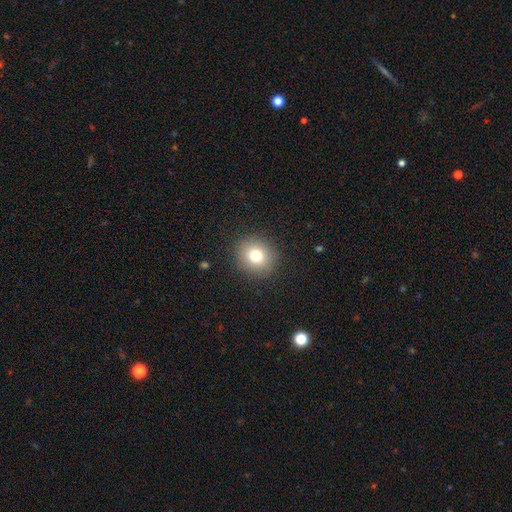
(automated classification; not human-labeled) Smooth or featured? smooth (78%)
How rounded? round (86%)
Merging? none (90%)